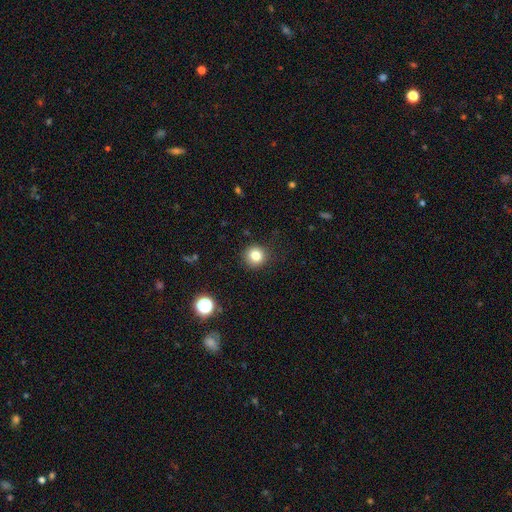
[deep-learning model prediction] Morphology: type=smooth (82%); roundness=round (93%); merging=none (89%).